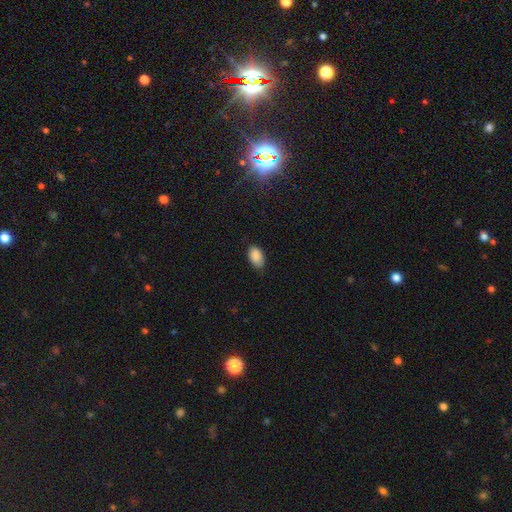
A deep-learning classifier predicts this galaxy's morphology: Smooth or featured? Predicted: smooth (p=0.88). How rounded? Predicted: in between (p=0.93). Merging? Predicted: none (p=0.78).